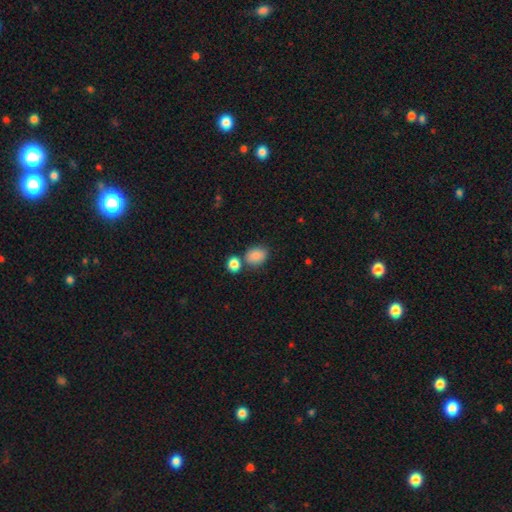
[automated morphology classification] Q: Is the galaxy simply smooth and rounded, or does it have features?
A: smooth — 84%.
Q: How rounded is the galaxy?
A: in between — 58%.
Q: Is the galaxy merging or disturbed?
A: none — 66%.